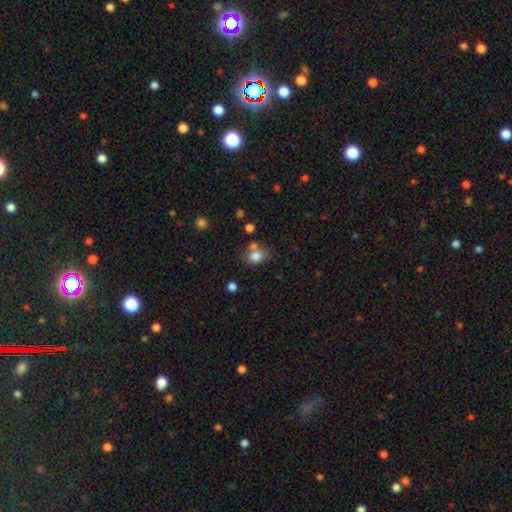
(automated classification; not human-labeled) Smooth or featured? smooth (80%)
How rounded? round (55%)
Merging? none (53%)